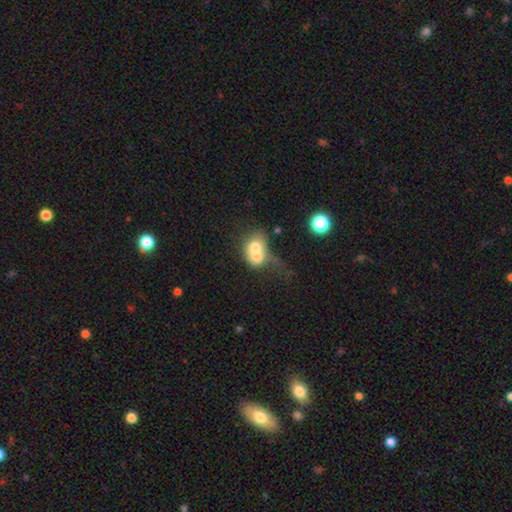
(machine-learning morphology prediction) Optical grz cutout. It shows a smooth galaxy with no disk features (65%) that is round (58%). Merging: merger (75%).